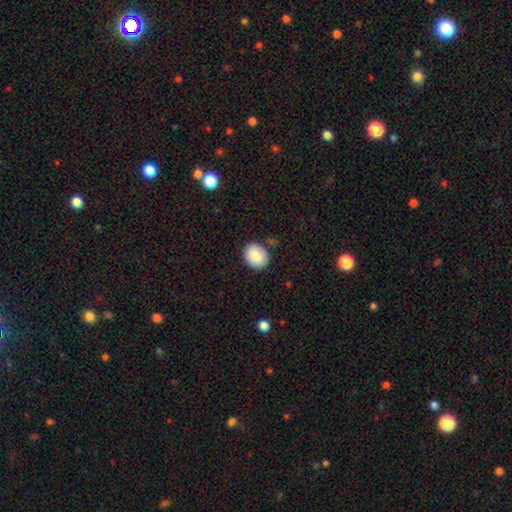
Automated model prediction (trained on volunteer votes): smooth_or_featured: smooth (p=0.83) [alt: featured or disk p=0.10]
how_rounded: round (p=0.54) [alt: in between p=0.46]
merging: none (p=0.84) [alt: minor disturbance p=0.11]